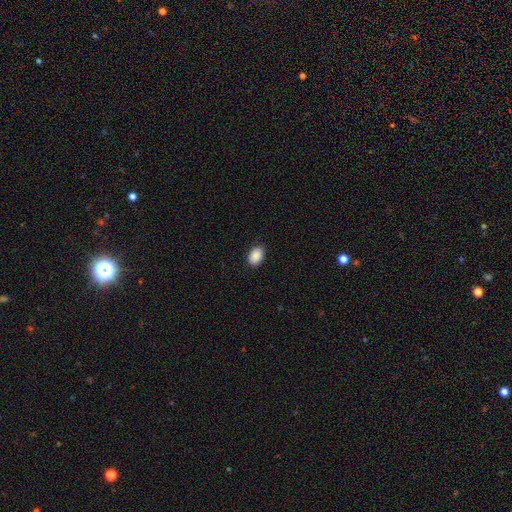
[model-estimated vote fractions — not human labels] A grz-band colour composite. It shows a smooth galaxy with no disk features (89%) that is in between round and cigar-shaped (84%). Merging: none (87%).